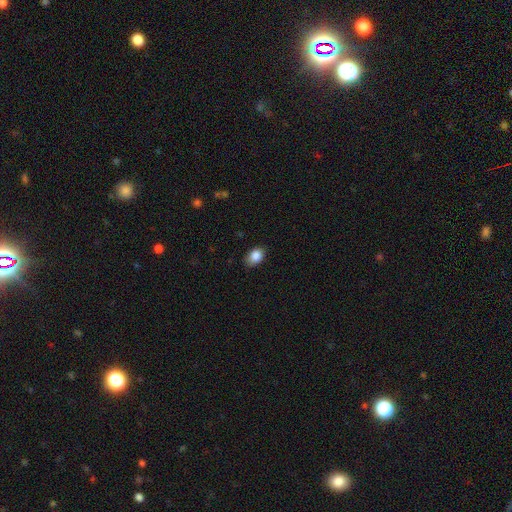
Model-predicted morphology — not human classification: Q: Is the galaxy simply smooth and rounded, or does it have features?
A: smooth — 87%.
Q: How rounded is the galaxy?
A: in between — 79%.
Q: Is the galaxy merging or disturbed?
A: none — 79%.